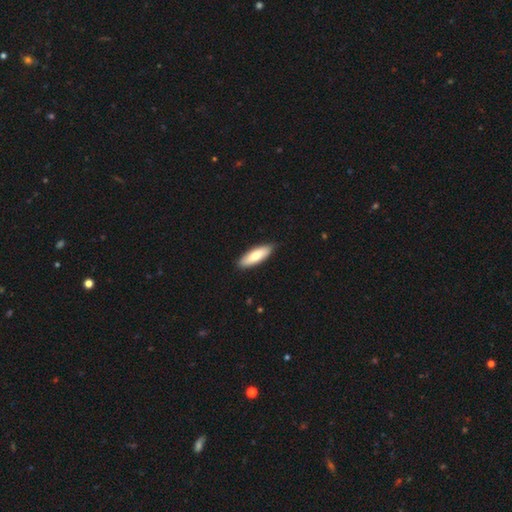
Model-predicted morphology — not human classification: Q: Smooth or featured?
A: smooth (75%); runner-up: featured or disk (20%)
Q: How rounded?
A: in between (54%); runner-up: cigar-shaped (45%)
Q: Merging?
A: none (87%); runner-up: minor disturbance (11%)